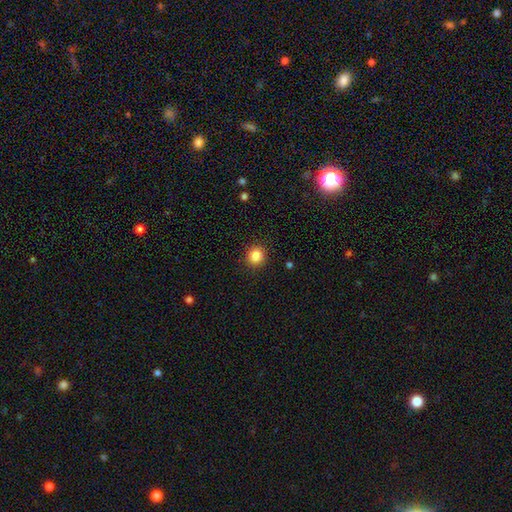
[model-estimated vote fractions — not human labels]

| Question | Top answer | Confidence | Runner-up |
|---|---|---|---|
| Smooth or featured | smooth | 84% | star or artifact (10%) |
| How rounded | round | 86% | in between (13%) |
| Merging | none | 91% | minor disturbance (6%) |